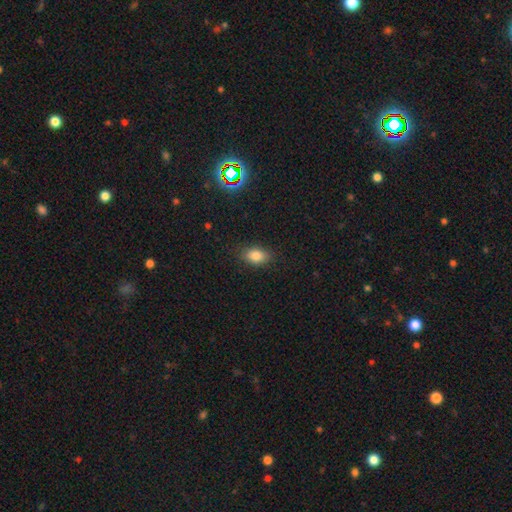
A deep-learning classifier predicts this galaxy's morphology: smooth_or_featured: smooth (p=0.83) [alt: star or artifact p=0.10]
how_rounded: in between (p=0.83) [alt: round p=0.15]
merging: none (p=0.84) [alt: minor disturbance p=0.12]